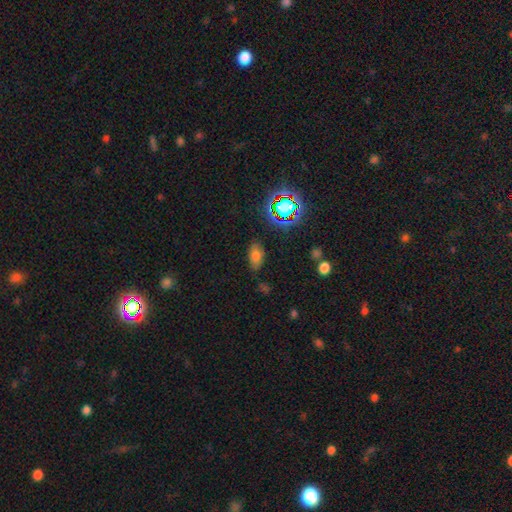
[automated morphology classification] The model was most divided on "smooth or featured": smooth: 69%, star or artifact: 20%, featured or disk: 11%. More confident: how rounded — in between (89%); merging — none (77%).